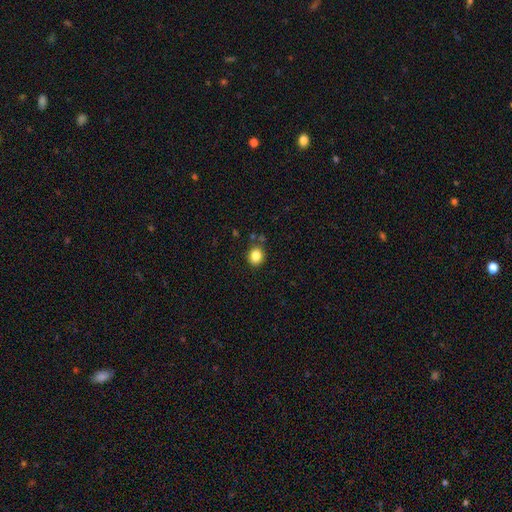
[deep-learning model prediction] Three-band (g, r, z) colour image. It shows a smooth galaxy with no disk features (85%) that is round (66%). Merging: none (82%).